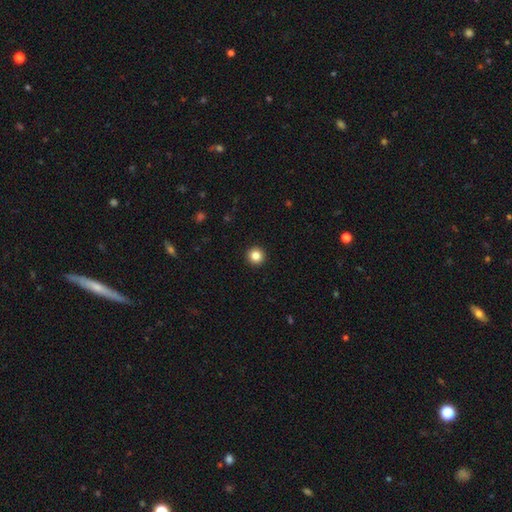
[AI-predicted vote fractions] Morphology: type=smooth (85%); roundness=round (96%); merging=none (94%).